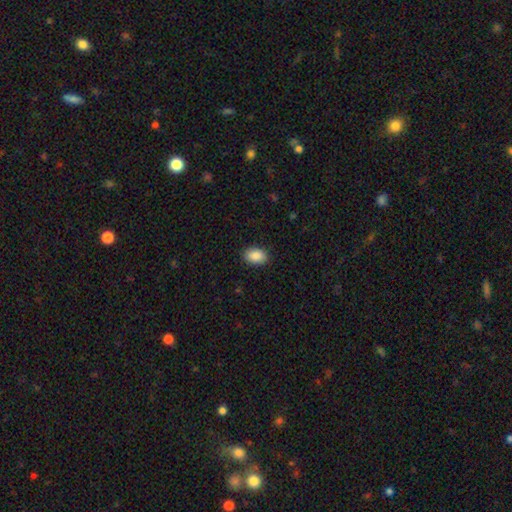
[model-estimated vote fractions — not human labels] The model was most divided on "how rounded": in between: 86%, round: 13%, cigar-shaped: 1%. More confident: smooth or featured — smooth (89%); merging — none (89%).